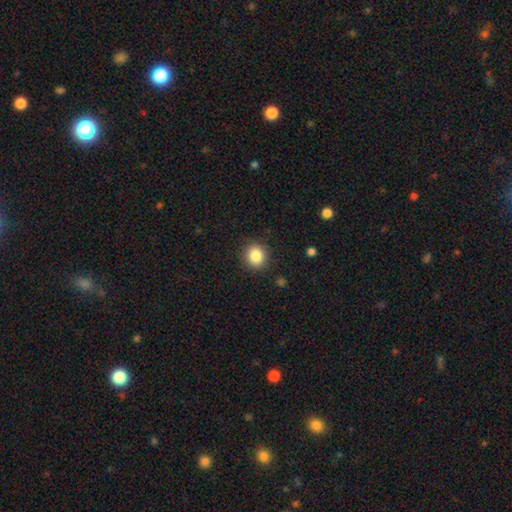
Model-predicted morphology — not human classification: Overall: smooth (85%). How rounded: round (82%). Merging: none (89%).